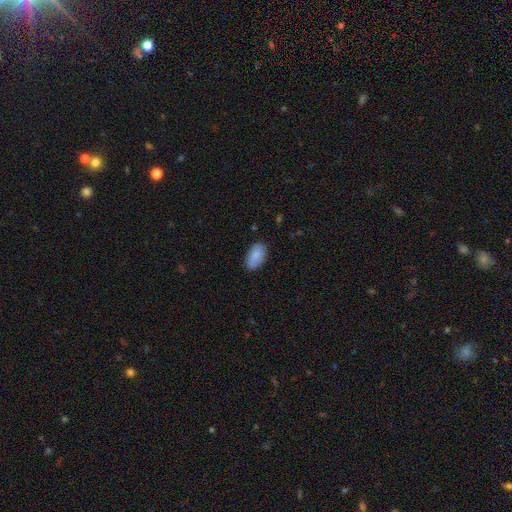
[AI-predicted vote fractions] Overall: smooth (86%). How rounded: in between (94%). Merging: none (81%).